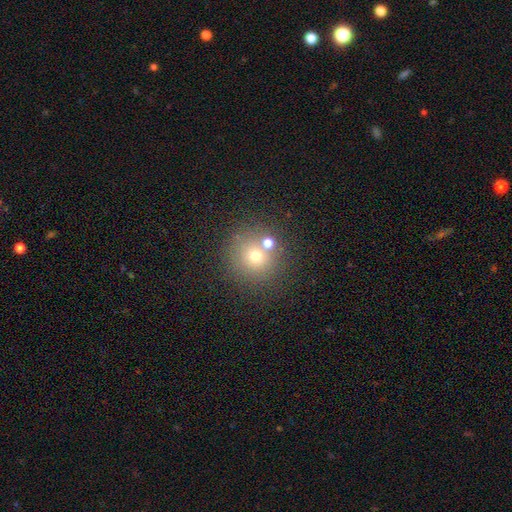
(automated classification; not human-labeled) Smooth or featured? Predicted: smooth (p=0.67). How rounded? Predicted: round (p=0.93). Merging? Predicted: none (p=0.72).